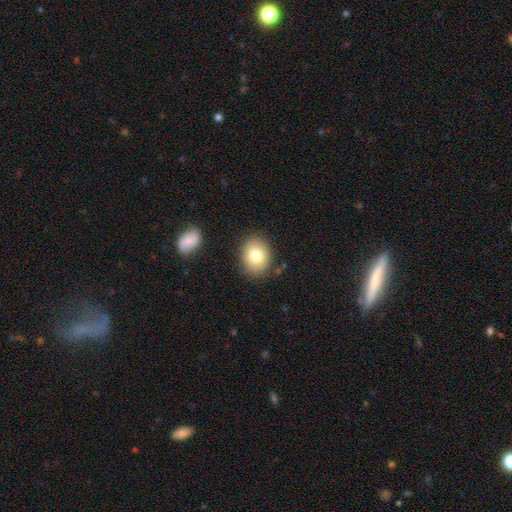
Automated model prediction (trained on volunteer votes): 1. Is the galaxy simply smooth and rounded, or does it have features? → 78% smooth, 13% featured or disk, 9% star or artifact.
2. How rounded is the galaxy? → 51% in between, 48% round, 1% cigar-shaped.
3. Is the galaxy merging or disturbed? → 84% none, 10% minor disturbance, 3% major disturbance, 2% merger.